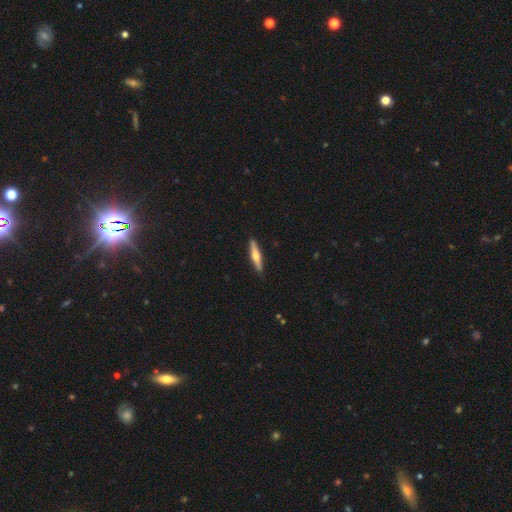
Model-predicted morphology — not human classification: Smooth or featured? featured or disk (53%)
Edge-on disk? yes (96%)
Edge-on bulge? rounded (90%)
Merging? none (91%)